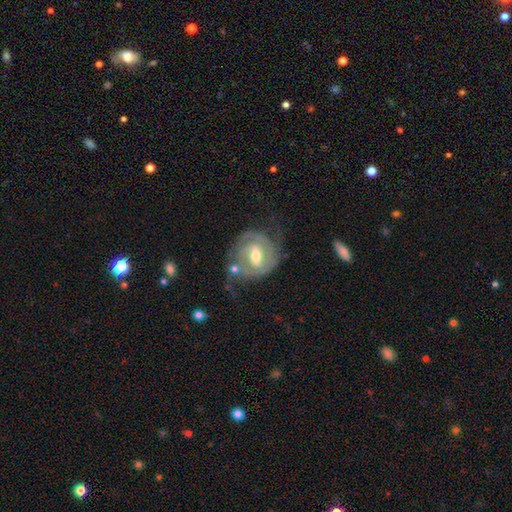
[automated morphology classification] Smooth or featured? featured or disk (86%)
Edge-on disk? no (97%)
Bar? weak (51%)
Spiral arms? yes (93%)
Spiral winding? tight (61%)
Spiral arm count? 2 (67%)
Bulge size? moderate (69%)
Merging? none (59%)